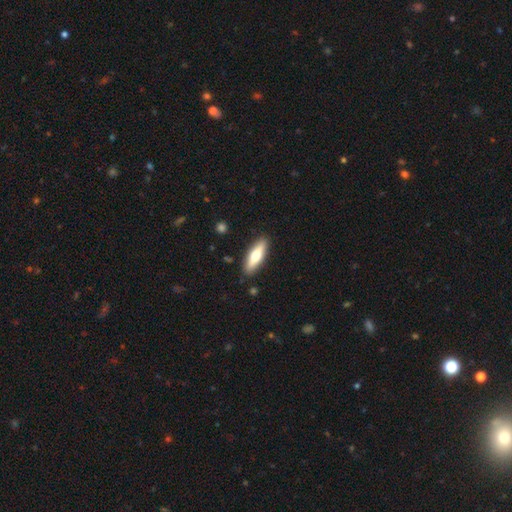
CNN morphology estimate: Q: Smooth or featured?
A: smooth (58%); runner-up: featured or disk (37%)
Q: How rounded?
A: cigar-shaped (54%); runner-up: in between (44%)
Q: Merging?
A: none (89%); runner-up: minor disturbance (8%)